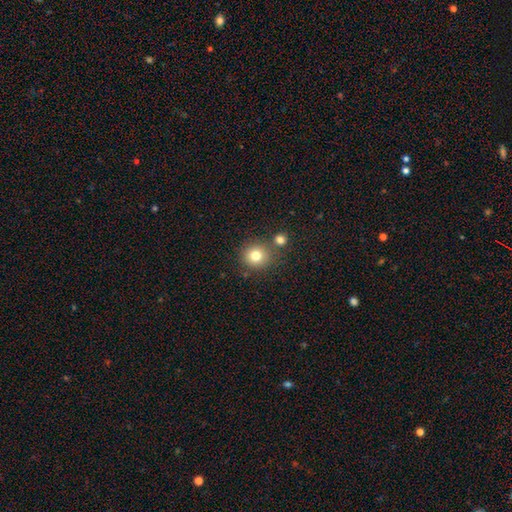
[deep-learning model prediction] The model was most divided on "merging": none: 76%, merger: 12%, minor disturbance: 9%, major disturbance: 3%. More confident: how rounded — round (90%); smooth or featured — smooth (80%).